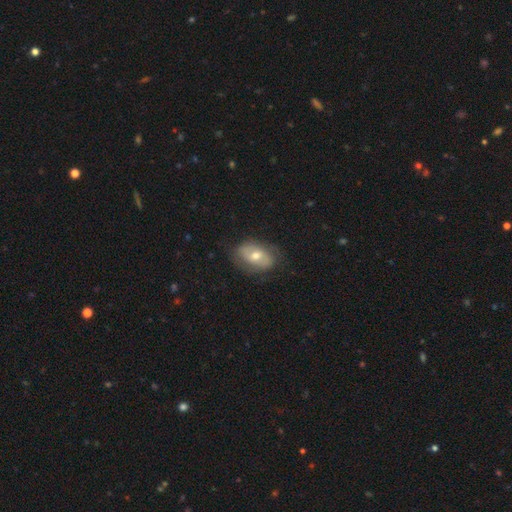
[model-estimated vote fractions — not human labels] A featured or disk galaxy (49%). Merging: none (73%).